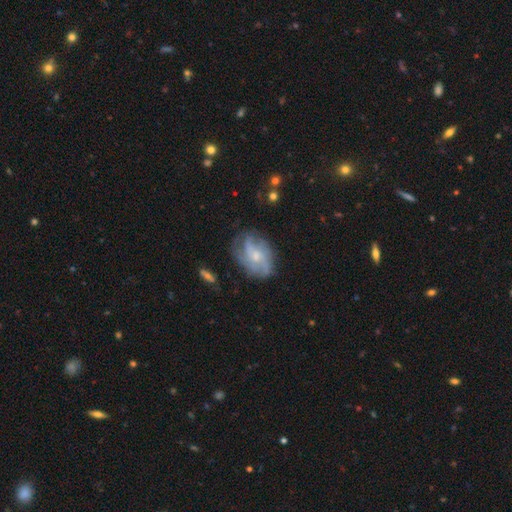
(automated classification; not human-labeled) Smooth or featured: featured or disk — 72% (smooth — 20%)
Edge-on disk: no — 96% (yes — 4%)
Bar: no — 69% (weak — 27%)
Spiral arms: yes — 86% (no — 14%)
Spiral winding: medium — 41% (tight — 33%)
Spiral arm count: can't tell — 35% (3 — 24%)
Bulge size: small — 51% (moderate — 41%)
Merging: none — 62% (minor disturbance — 23%)